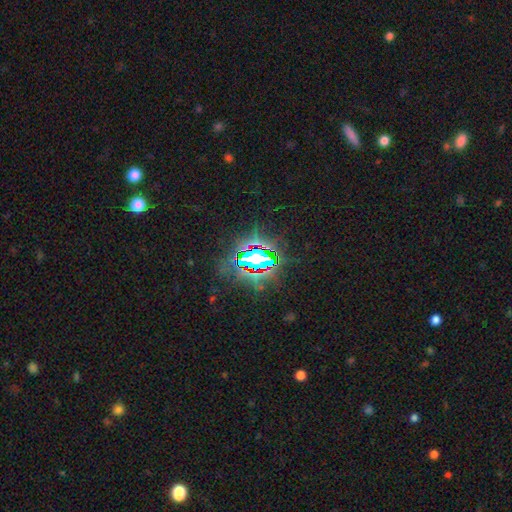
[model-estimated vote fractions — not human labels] Overall: star or artifact (82%).